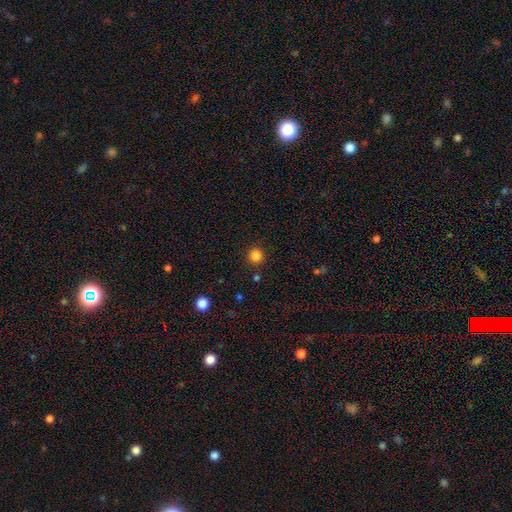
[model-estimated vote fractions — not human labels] Morphology: type=smooth (83%); roundness=round (94%); merging=none (90%).